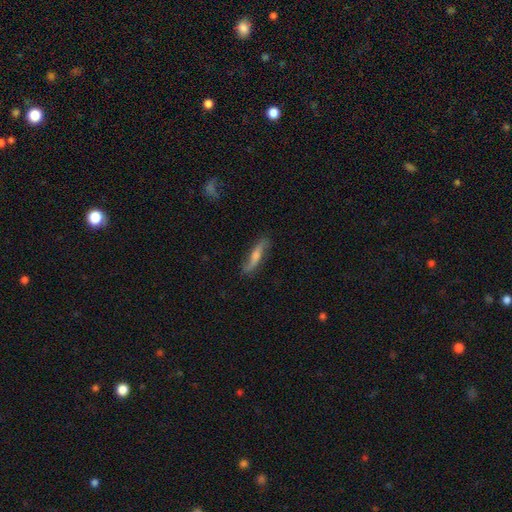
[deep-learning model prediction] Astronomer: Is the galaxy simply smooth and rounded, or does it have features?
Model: featured or disk — 55% (runner-up: smooth, 38%).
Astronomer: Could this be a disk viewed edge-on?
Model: no — 50%, tied with yes at 50%.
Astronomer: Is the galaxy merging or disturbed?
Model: none — 80%.